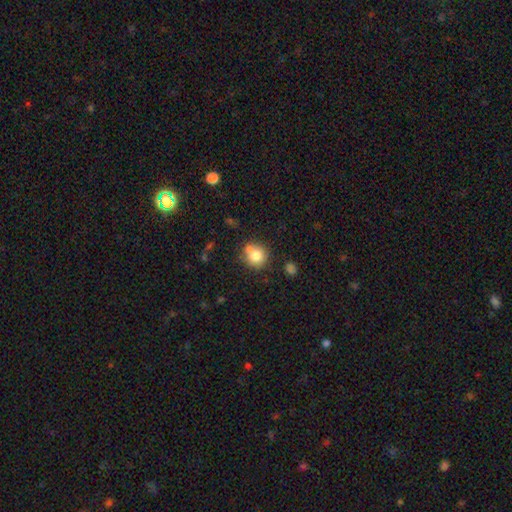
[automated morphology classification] smooth-or-featured: smooth: 77% | featured or disk: 12% | star or artifact: 10%
  how-rounded: round: 88% | in between: 11% | cigar-shaped: 1%
  merging: none: 62% | merger: 21% | minor disturbance: 13% | major disturbance: 4%